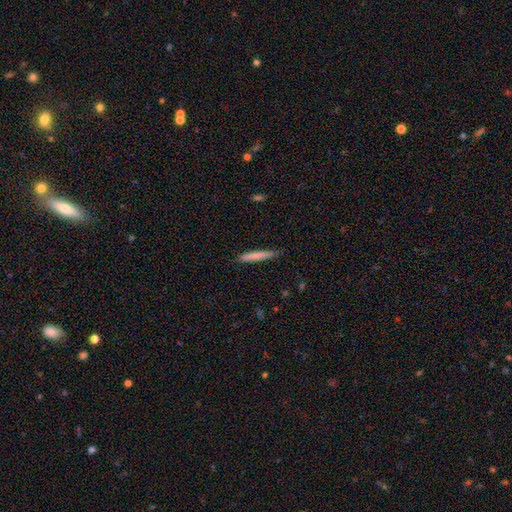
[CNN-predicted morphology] Smooth or featured? smooth (75%)
How rounded? cigar-shaped (95%)
Merging? none (83%)